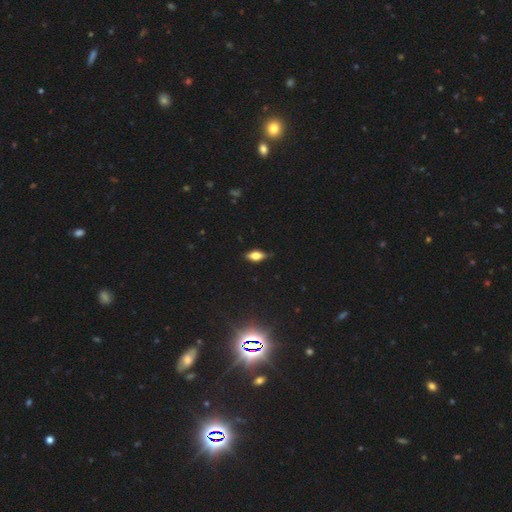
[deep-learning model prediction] Smooth or featured?
  - smooth: 59% *
  - featured or disk: 31%
  - star or artifact: 10%
How rounded?
  - in between: 79% *
  - cigar-shaped: 17%
  - round: 4%
Merging?
  - none: 84% *
  - minor disturbance: 12%
  - major disturbance: 2%
  - merger: 1%